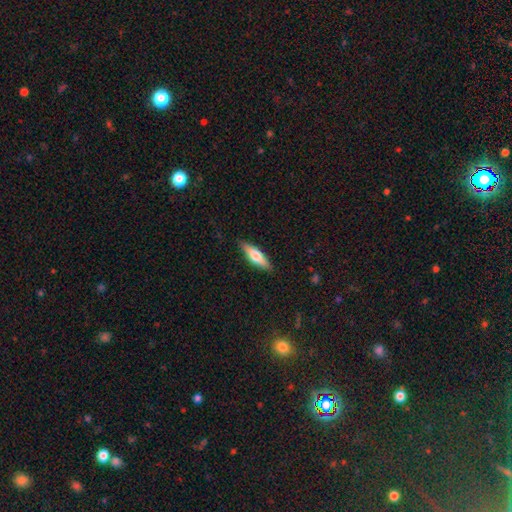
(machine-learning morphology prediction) A smooth galaxy with no disk features (56%) that is cigar-shaped (58%).

Vote fractions:
- Smooth or featured? smooth: 56% / featured or disk: 39% / star or artifact: 6%
- How rounded? cigar-shaped: 58% / in between: 40% / round: 2%
- Merging? none: 88% / minor disturbance: 9% / major disturbance: 2% / merger: 1%